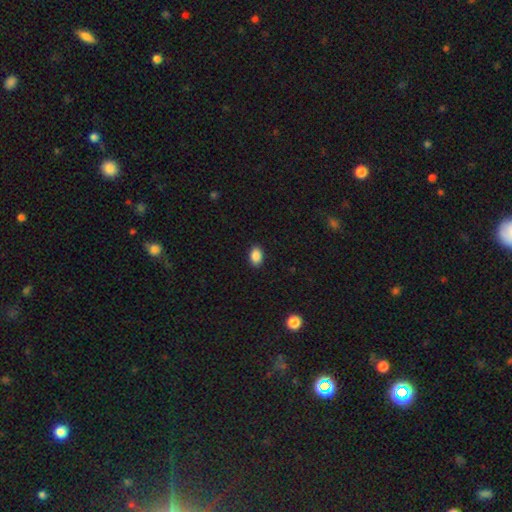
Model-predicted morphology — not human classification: Smooth or featured? Predicted: smooth (p=0.88). How rounded? Predicted: in between (p=0.87). Merging? Predicted: none (p=0.89).